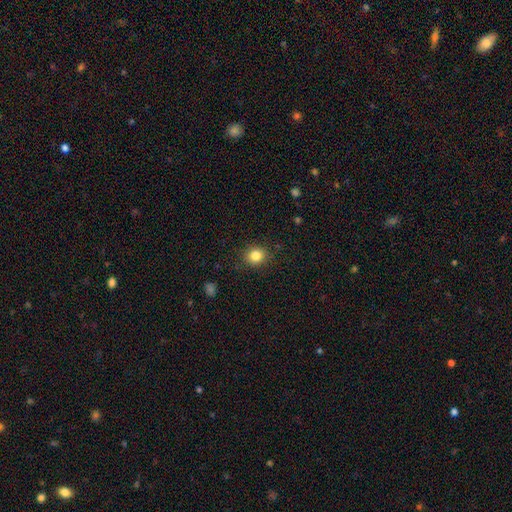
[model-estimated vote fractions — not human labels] Smooth or featured? smooth (84%)
How rounded? round (83%)
Merging? none (88%)